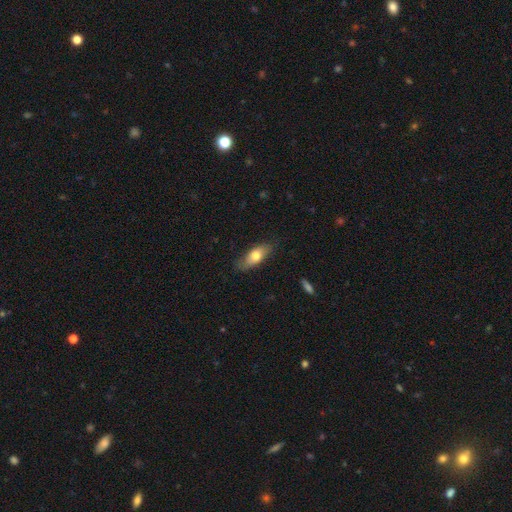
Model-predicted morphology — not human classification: A smooth galaxy with no disk features (70%) that is in between round and cigar-shaped (78%).

Vote fractions:
- Smooth or featured? smooth: 70% / featured or disk: 24% / star or artifact: 6%
- How rounded? in between: 78% / cigar-shaped: 19% / round: 3%
- Merging? none: 76% / minor disturbance: 19% / major disturbance: 4% / merger: 1%